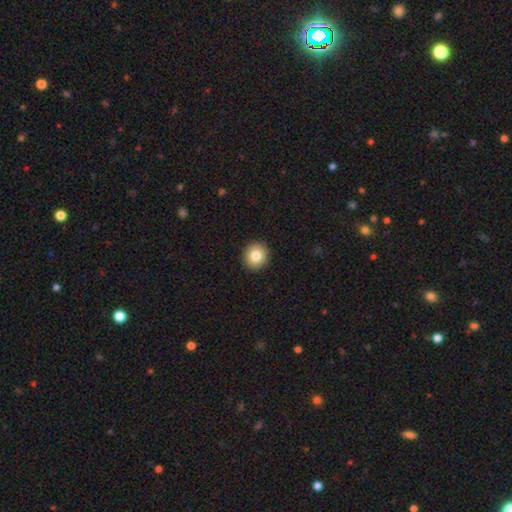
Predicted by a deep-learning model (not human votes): Smooth or featured: smooth — 81% (star or artifact — 10%)
How rounded: round — 89% (in between — 10%)
Merging: none — 93% (minor disturbance — 5%)